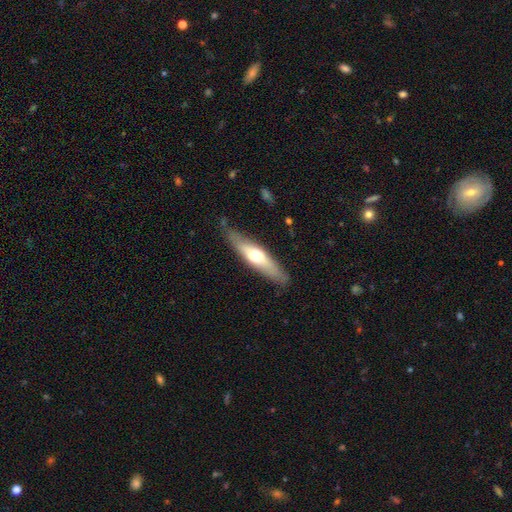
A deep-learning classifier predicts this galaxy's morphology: Smooth or featured?
  - smooth: 48% *
  - featured or disk: 47%
  - star or artifact: 5%
Merging?
  - none: 81% *
  - minor disturbance: 14%
  - major disturbance: 3%
  - merger: 2%